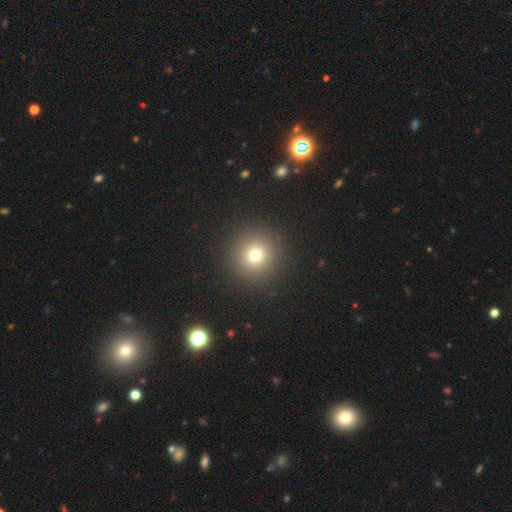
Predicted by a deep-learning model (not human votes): A smooth galaxy with no disk features (71%) that is round (96%).

Vote fractions:
- Smooth or featured? smooth: 71% / star or artifact: 21% / featured or disk: 8%
- How rounded? round: 96% / in between: 3% / cigar-shaped: 1%
- Merging? none: 92% / minor disturbance: 4% / major disturbance: 2% / merger: 1%